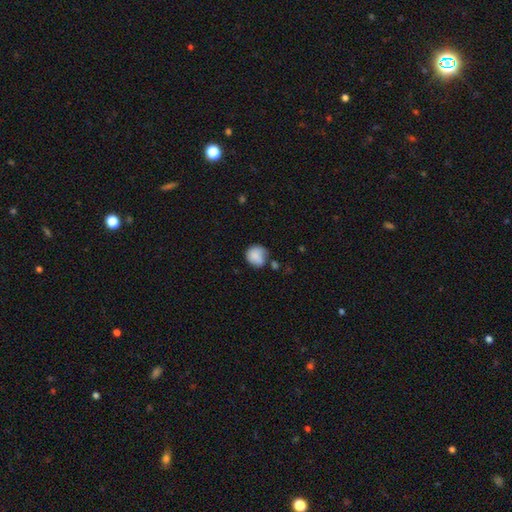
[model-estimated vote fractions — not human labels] Morphology: type=smooth (80%); roundness=round (79%); merging=none (49%).